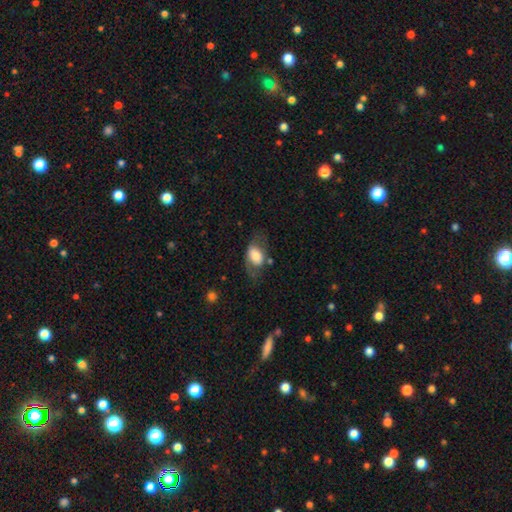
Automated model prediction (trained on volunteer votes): Morphology: type=smooth (59%); roundness=in between (84%); merging=none (55%).